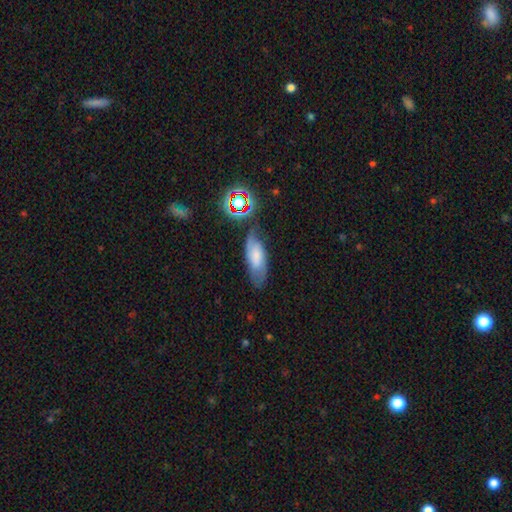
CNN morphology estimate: Smooth or featured?
  - smooth: 51% *
  - featured or disk: 36%
  - star or artifact: 13%
How rounded?
  - in between: 75% *
  - cigar-shaped: 22%
  - round: 4%
Merging?
  - none: 61% *
  - minor disturbance: 23%
  - major disturbance: 9%
  - merger: 6%